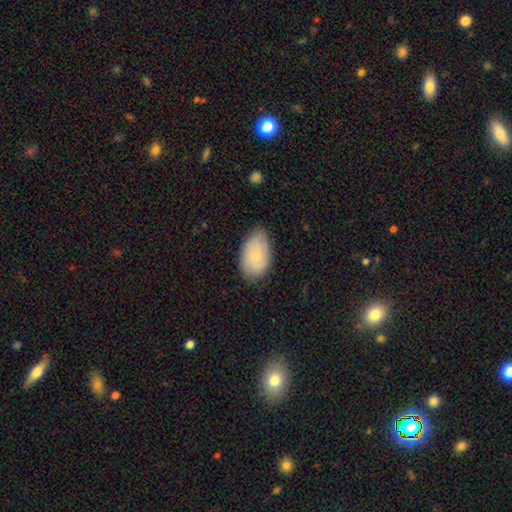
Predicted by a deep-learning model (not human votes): Q: Smooth or featured?
A: smooth (75%); runner-up: featured or disk (18%)
Q: How rounded?
A: in between (92%); runner-up: round (7%)
Q: Merging?
A: none (73%); runner-up: minor disturbance (22%)